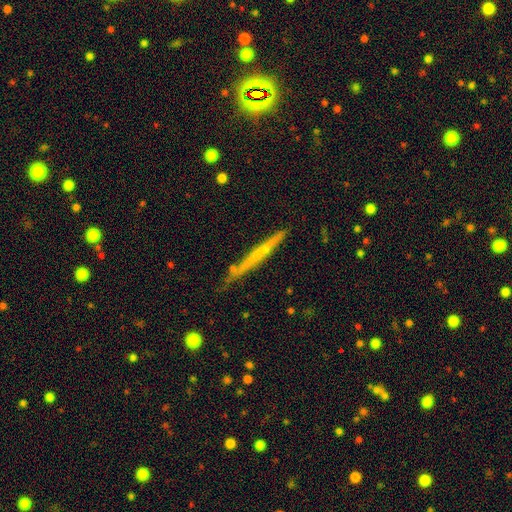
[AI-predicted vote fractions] The model was most divided on "smooth or featured": featured or disk: 51%, smooth: 42%, star or artifact: 8%. More confident: edge-on disk — yes (96%); merging — none (81%).